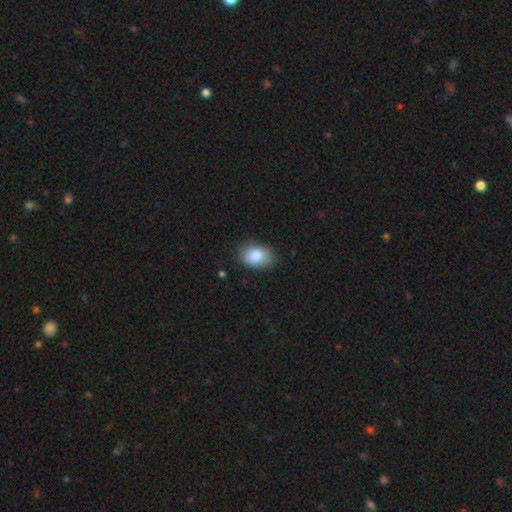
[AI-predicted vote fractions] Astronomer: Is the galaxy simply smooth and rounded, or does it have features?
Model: smooth — 86%.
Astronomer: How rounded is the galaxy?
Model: in between — 78%.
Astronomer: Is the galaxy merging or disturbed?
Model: none — 73%.